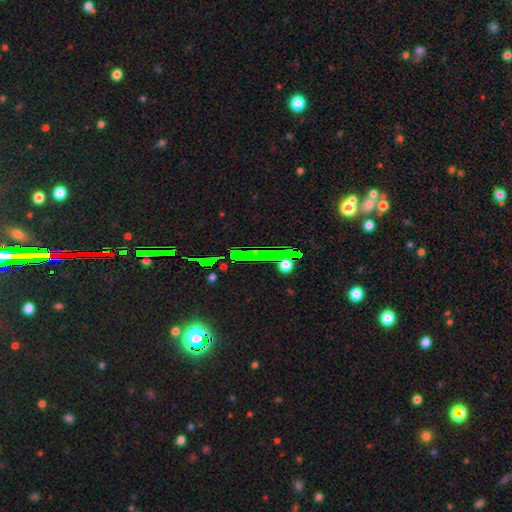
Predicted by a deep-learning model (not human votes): A star or artifact, not a galaxy (71%).